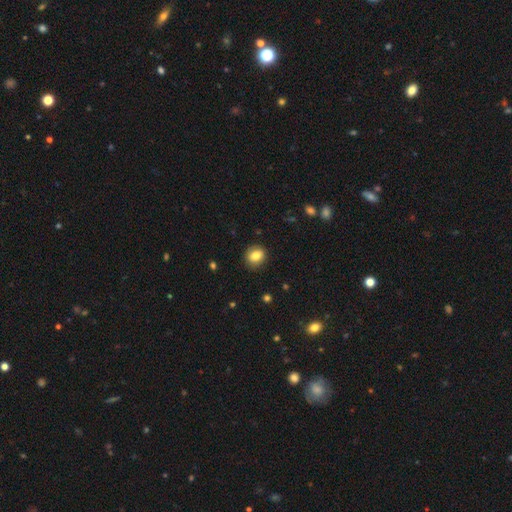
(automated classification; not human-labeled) A smooth galaxy with no disk features (82%) that is round (71%).

Vote fractions:
- Smooth or featured? smooth: 82% / star or artifact: 10% / featured or disk: 9%
- How rounded? round: 71% / in between: 28% / cigar-shaped: 1%
- Merging? none: 89% / minor disturbance: 8% / major disturbance: 2% / merger: 1%